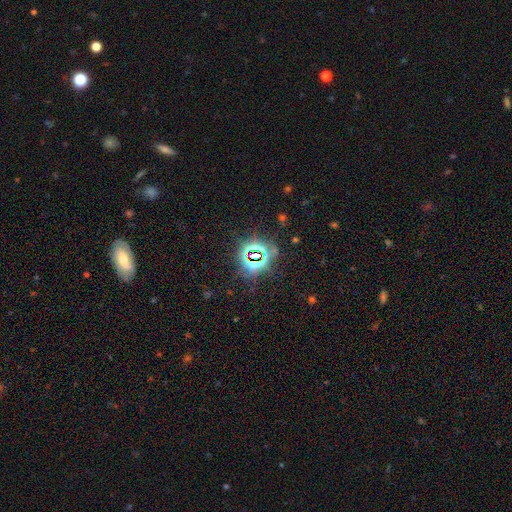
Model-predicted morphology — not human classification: Smooth or featured? Predicted: star or artifact (p=0.79).